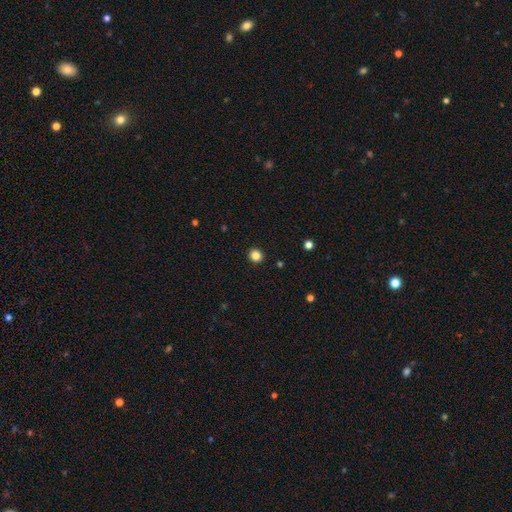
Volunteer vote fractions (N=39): A smooth galaxy with no disk features (92%) that is round (94%). Merging: none (100%).